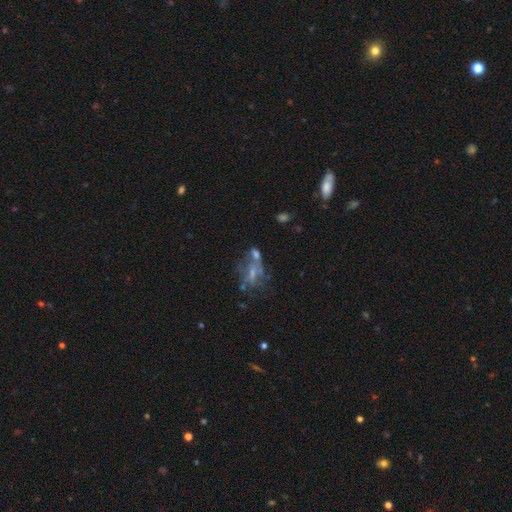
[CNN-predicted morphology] Smooth or featured?
  - featured or disk: 54% *
  - smooth: 26%
  - star or artifact: 20%
Edge-on disk?
  - no: 94% *
  - yes: 6%
Bar?
  - no: 66% *
  - weak: 25%
  - strong: 8%
Spiral arms?
  - no: 67% *
  - yes: 33%
Bulge size?
  - small: 45% *
  - moderate: 28%
  - none: 22%
  - large: 3%
  - dominant: 2%
Merging?
  - none: 39% *
  - merger: 25%
  - major disturbance: 19%
  - minor disturbance: 16%